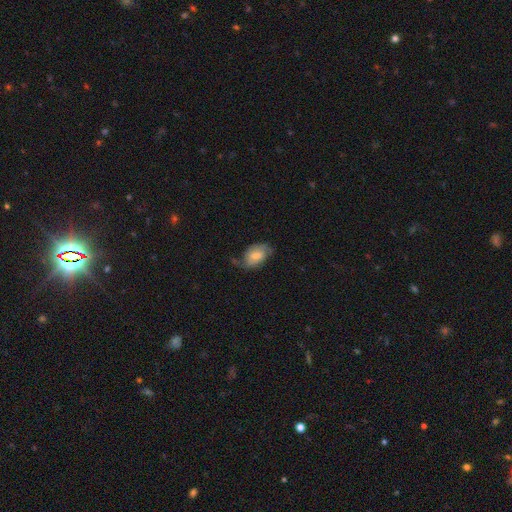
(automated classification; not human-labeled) This appears to be a featured or disk galaxy (55%) with a weak bar (47%), spiral arms (87%) and a moderate central bulge (42%). Merging: none (54%).